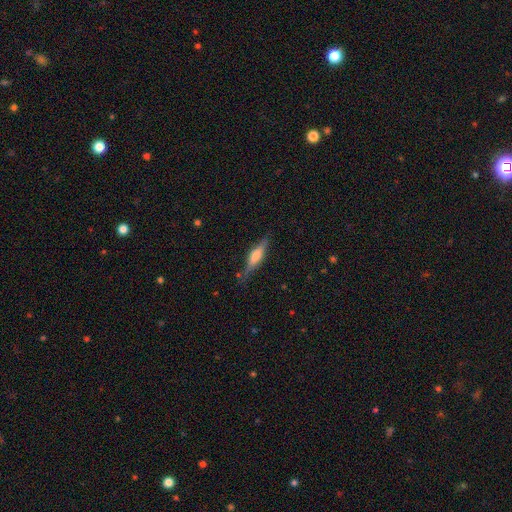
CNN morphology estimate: featured or disk 54%, smooth 39%, star or artifact 7%. Down the decision tree: edge-on disk — yes (94%); edge-on bulge — rounded (73%); merging — none (80%).